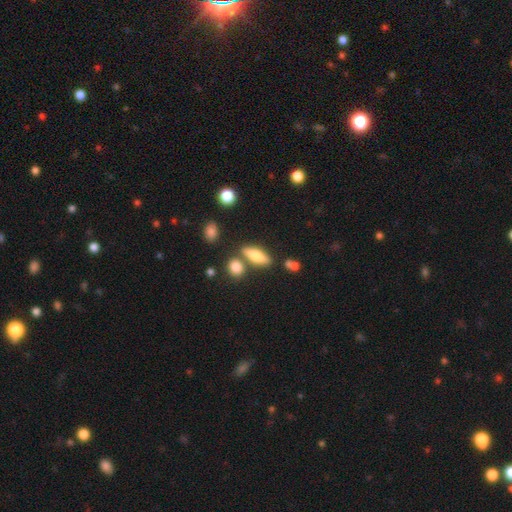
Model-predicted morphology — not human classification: A smooth galaxy with no disk features (71%) that is in between round and cigar-shaped (54%). Merging: none (67%).